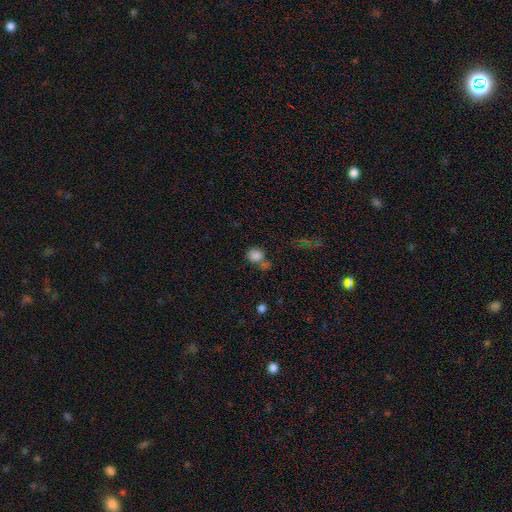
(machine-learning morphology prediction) smooth 81%, star or artifact 12%, featured or disk 6%. Down the decision tree: how rounded — round (68%); merging — none (46%).